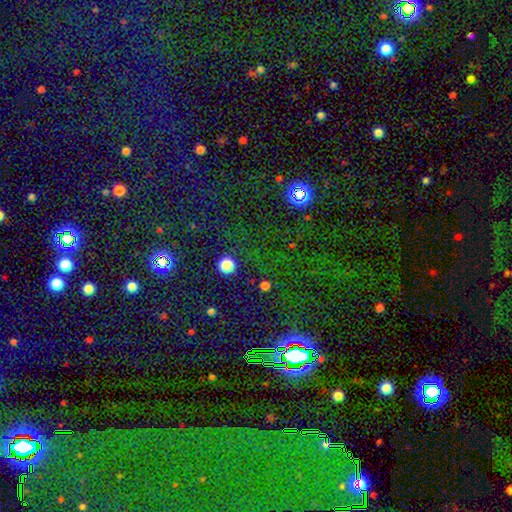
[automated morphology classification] This appears to be a star or artifact, not a galaxy (72%).